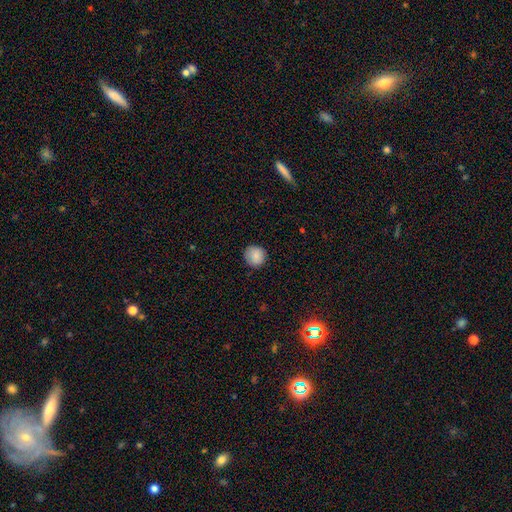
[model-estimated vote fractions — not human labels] smooth 87%, star or artifact 8%, featured or disk 5%. Down the decision tree: how rounded — round (92%); merging — none (87%).